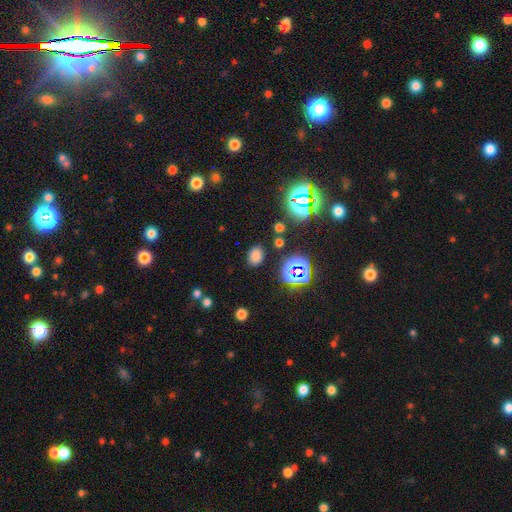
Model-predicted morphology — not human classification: Smooth or featured?
  - smooth: 70% *
  - star or artifact: 24%
  - featured or disk: 6%
How rounded?
  - in between: 65% *
  - round: 33%
  - cigar-shaped: 1%
Merging?
  - none: 83% *
  - minor disturbance: 10%
  - major disturbance: 4%
  - merger: 3%